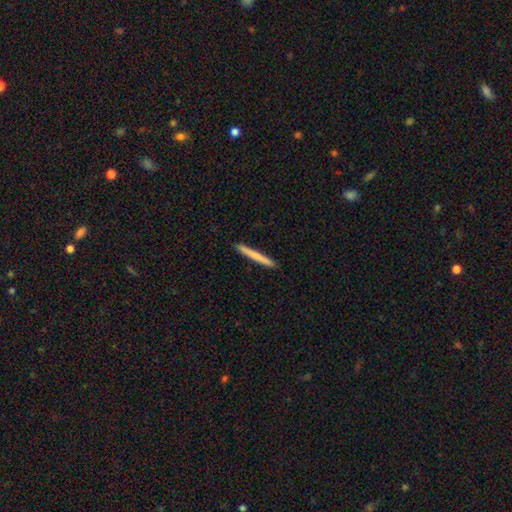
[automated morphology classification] Smooth or featured? Predicted: smooth (p=0.74). How rounded? Predicted: cigar-shaped (p=0.97). Merging? Predicted: none (p=0.92).